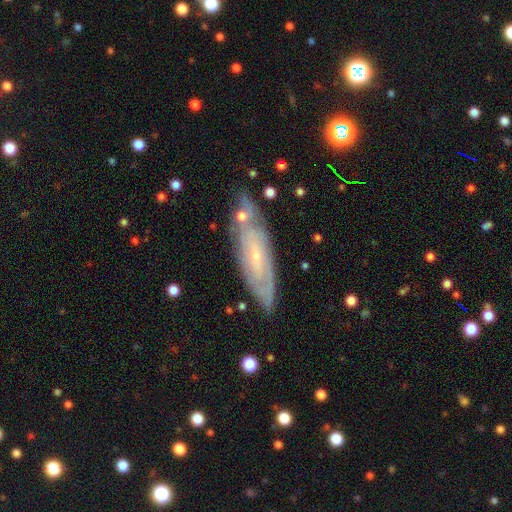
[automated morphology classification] Smooth or featured? Predicted: featured or disk (p=0.71). Edge-on disk? Predicted: no (p=0.77). Bar? Predicted: no (p=0.55). Spiral arms? Predicted: yes (p=0.85). Bulge size? Predicted: small (p=0.80). Merging? Predicted: none (p=0.73).